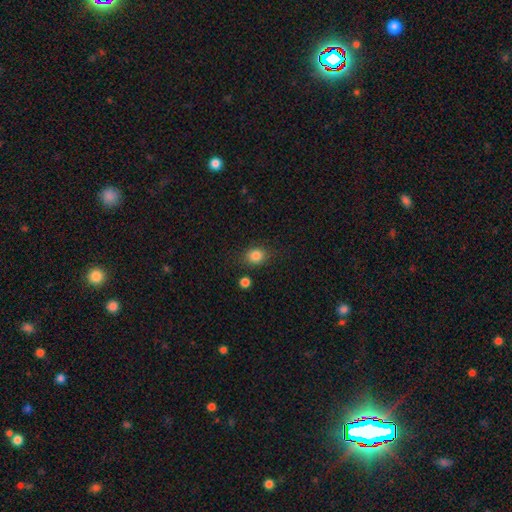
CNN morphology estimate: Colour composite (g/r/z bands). It shows a smooth galaxy with no disk features (84%) that is round (66%). Merging: none (81%).